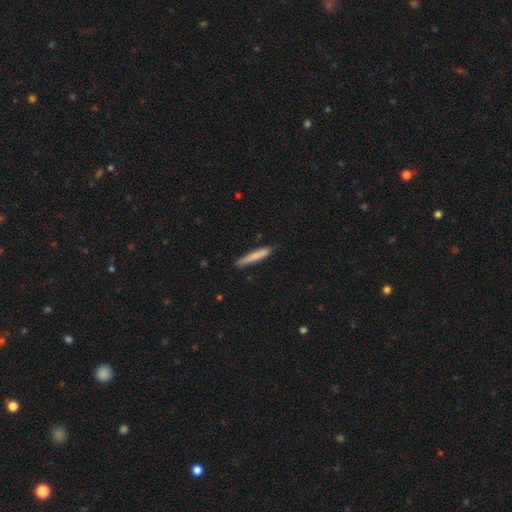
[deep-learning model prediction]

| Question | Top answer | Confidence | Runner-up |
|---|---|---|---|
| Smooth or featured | smooth | 75% | featured or disk (19%) |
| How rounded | cigar-shaped | 95% | in between (4%) |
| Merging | none | 84% | minor disturbance (12%) |